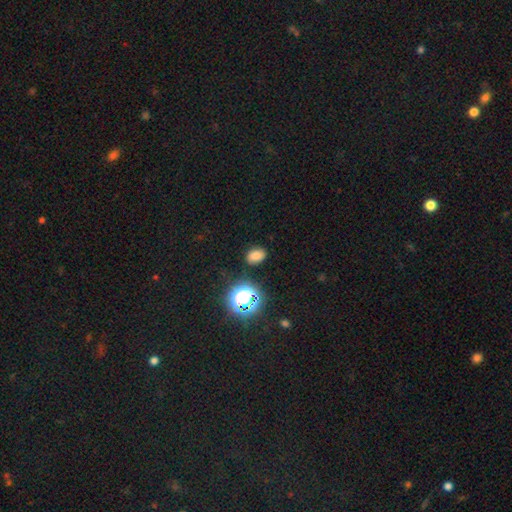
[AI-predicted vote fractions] A smooth galaxy with no disk features (71%) that is in between round and cigar-shaped (76%).

Vote fractions:
- Smooth or featured? smooth: 71% / star or artifact: 21% / featured or disk: 8%
- How rounded? in between: 76% / round: 23% / cigar-shaped: 1%
- Merging? none: 82% / minor disturbance: 12% / major disturbance: 3% / merger: 3%